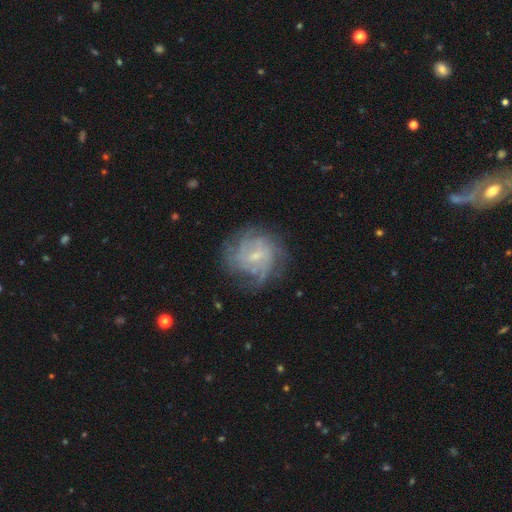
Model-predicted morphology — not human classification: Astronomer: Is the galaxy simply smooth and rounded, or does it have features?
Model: featured or disk — 73%.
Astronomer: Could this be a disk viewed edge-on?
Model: no — 98%.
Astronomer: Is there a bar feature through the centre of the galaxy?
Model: weak — 52% (runner-up: no, 39%).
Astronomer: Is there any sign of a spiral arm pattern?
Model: yes — 83%.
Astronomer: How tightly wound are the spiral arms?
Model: tight — 51% (runner-up: medium, 35%).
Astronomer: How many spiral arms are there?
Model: can't tell — 49%.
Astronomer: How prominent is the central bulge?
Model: small — 58%.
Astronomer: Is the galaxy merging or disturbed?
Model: none — 66%.